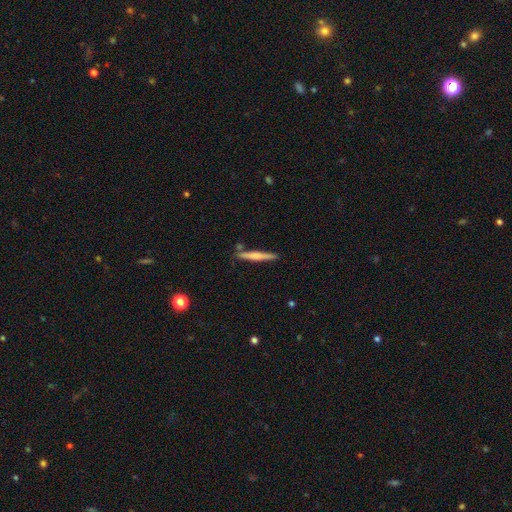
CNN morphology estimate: Q: Smooth or featured?
A: smooth (53%); runner-up: featured or disk (41%)
Q: How rounded?
A: cigar-shaped (95%); runner-up: in between (4%)
Q: Merging?
A: none (82%); runner-up: minor disturbance (11%)